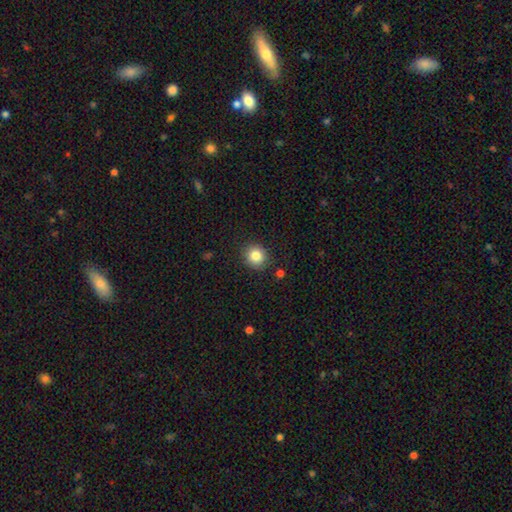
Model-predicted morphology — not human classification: Smooth or featured?
  - smooth: 84% *
  - star or artifact: 10%
  - featured or disk: 6%
How rounded?
  - round: 90% *
  - in between: 9%
  - cigar-shaped: 1%
Merging?
  - none: 88% *
  - minor disturbance: 8%
  - major disturbance: 2%
  - merger: 2%